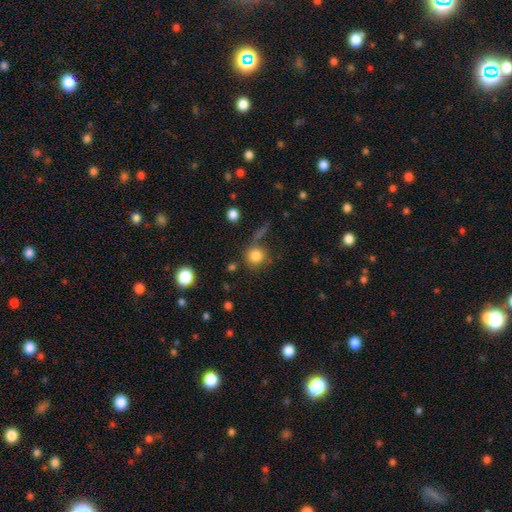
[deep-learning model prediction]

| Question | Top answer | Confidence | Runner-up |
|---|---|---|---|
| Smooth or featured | smooth | 82% | star or artifact (11%) |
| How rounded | round | 90% | in between (9%) |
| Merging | none | 69% | minor disturbance (13%) |